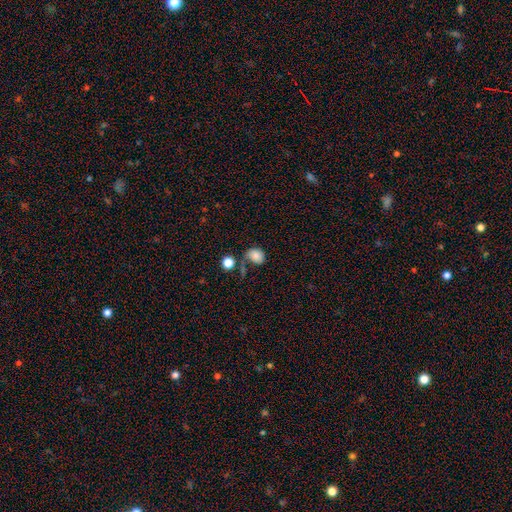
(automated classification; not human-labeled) This is clearly a smooth galaxy (81%). How rounded: possibly in between (50%). Merging: possibly none (46%).